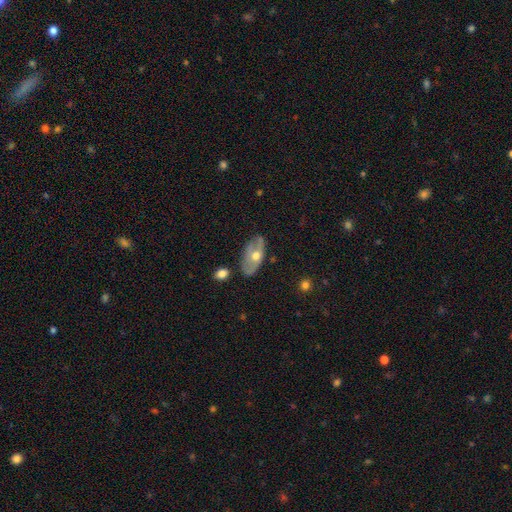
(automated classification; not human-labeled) Q: Smooth or featured?
A: featured or disk (55%); runner-up: smooth (39%)
Q: Edge-on disk?
A: no (80%); runner-up: yes (20%)
Q: Merging?
A: none (71%); runner-up: minor disturbance (21%)